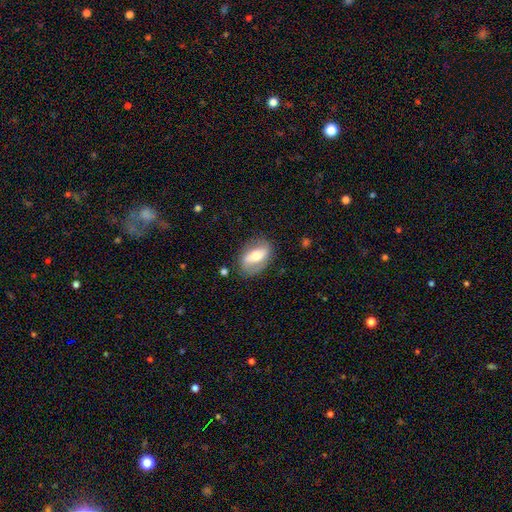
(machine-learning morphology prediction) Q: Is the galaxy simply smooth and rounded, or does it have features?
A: featured or disk — 49%.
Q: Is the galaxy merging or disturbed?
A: none — 76%.